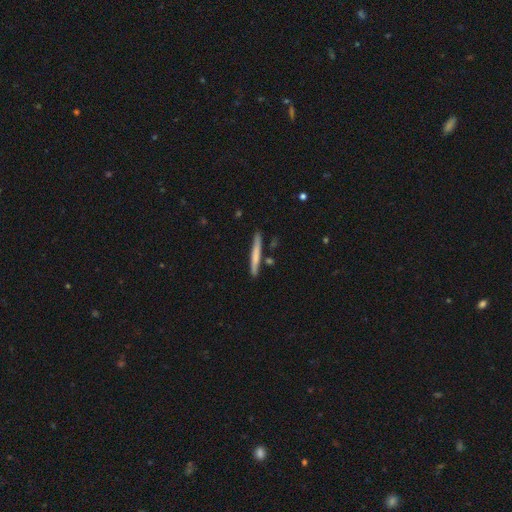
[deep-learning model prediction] A smooth galaxy with no disk features (66%) that is cigar-shaped (96%).

Vote fractions:
- Smooth or featured? smooth: 66% / featured or disk: 29% / star or artifact: 5%
- How rounded? cigar-shaped: 96% / in between: 3% / round: 1%
- Merging? none: 85% / minor disturbance: 9% / merger: 4% / major disturbance: 2%